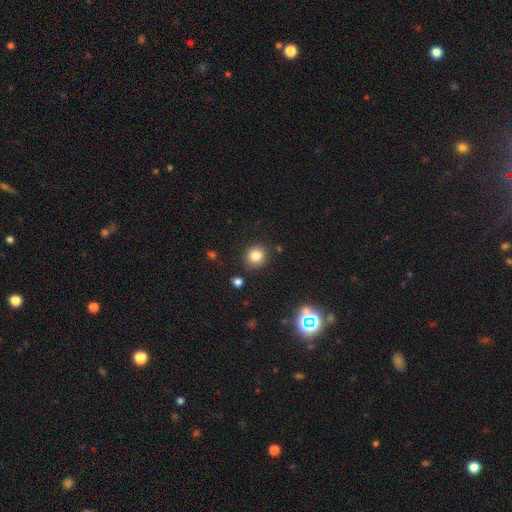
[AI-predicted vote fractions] Q: Smooth or featured?
A: smooth (81%); runner-up: star or artifact (13%)
Q: How rounded?
A: round (90%); runner-up: in between (9%)
Q: Merging?
A: none (88%); runner-up: minor disturbance (7%)